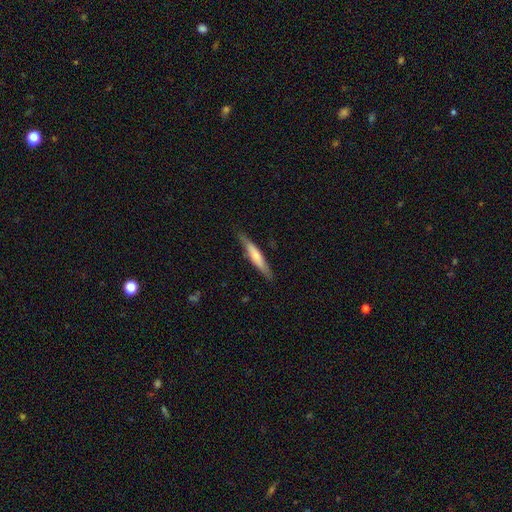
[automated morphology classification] smooth-or-featured: smooth: 56% | featured or disk: 39% | star or artifact: 5%
  how-rounded: cigar-shaped: 91% | in between: 7% | round: 1%
  merging: none: 85% | minor disturbance: 12% | major disturbance: 2% | merger: 1%